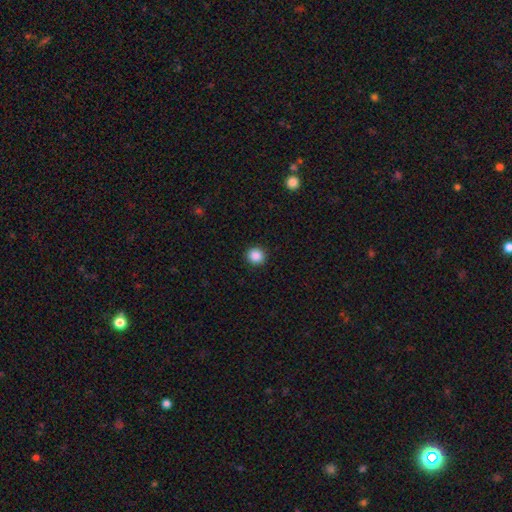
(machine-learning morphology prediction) Smooth or featured?
  - smooth: 88% *
  - star or artifact: 10%
  - featured or disk: 3%
How rounded?
  - round: 93% *
  - in between: 6%
  - cigar-shaped: 1%
Merging?
  - none: 92% *
  - minor disturbance: 5%
  - major disturbance: 2%
  - merger: 1%